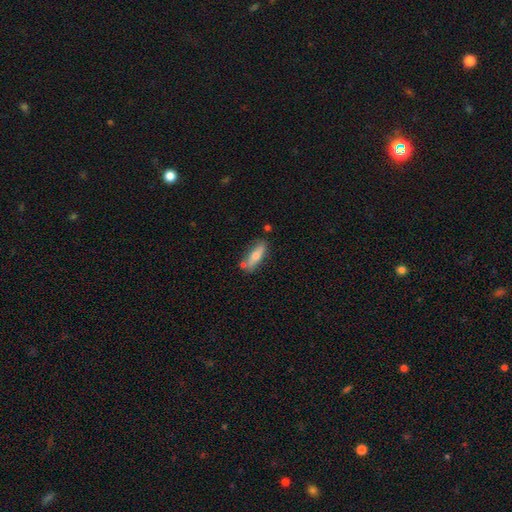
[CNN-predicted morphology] Smooth or featured: smooth — 58% (featured or disk — 36%)
How rounded: cigar-shaped — 51% (in between — 46%)
Merging: none — 73% (minor disturbance — 15%)